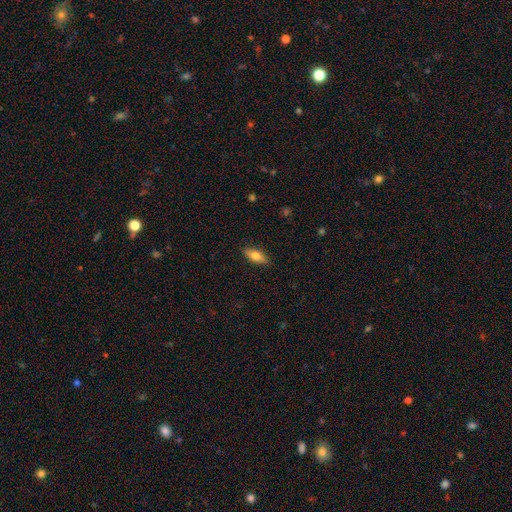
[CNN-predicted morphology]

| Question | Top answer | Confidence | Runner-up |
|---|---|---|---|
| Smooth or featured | smooth | 71% | featured or disk (22%) |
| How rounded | in between | 75% | cigar-shaped (22%) |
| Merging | none | 87% | minor disturbance (10%) |